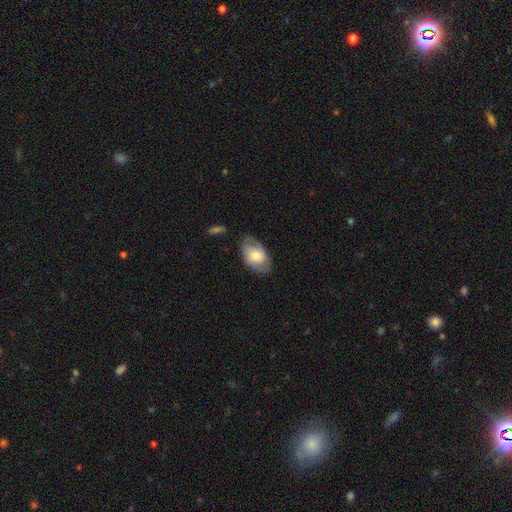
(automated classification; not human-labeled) smooth-or-featured: smooth: 56% | featured or disk: 37% | star or artifact: 6%
  how-rounded: in between: 88% | round: 10% | cigar-shaped: 2%
  merging: none: 69% | minor disturbance: 22% | major disturbance: 7% | merger: 2%